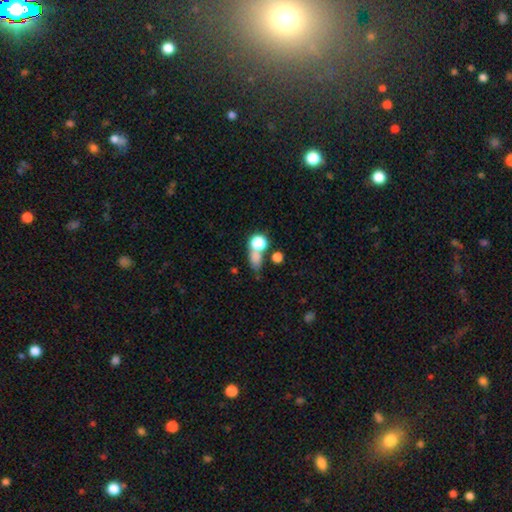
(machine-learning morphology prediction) smooth 71%, star or artifact 18%, featured or disk 11%. Down the decision tree: how rounded — round (49%); merging — none (43%).